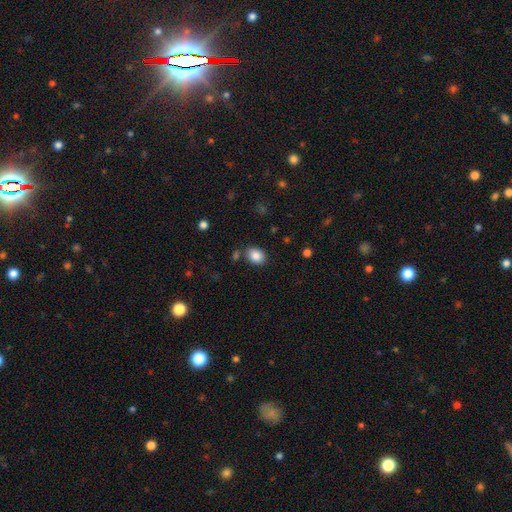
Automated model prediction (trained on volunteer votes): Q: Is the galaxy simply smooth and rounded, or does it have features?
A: smooth — 86%.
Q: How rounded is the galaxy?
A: in between — 61%.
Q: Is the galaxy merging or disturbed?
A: none — 81%.